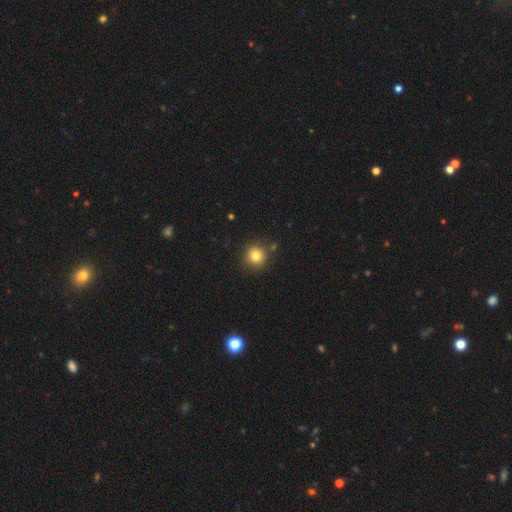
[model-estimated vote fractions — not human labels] Morphology: type=smooth (81%); roundness=round (93%); merging=none (86%).